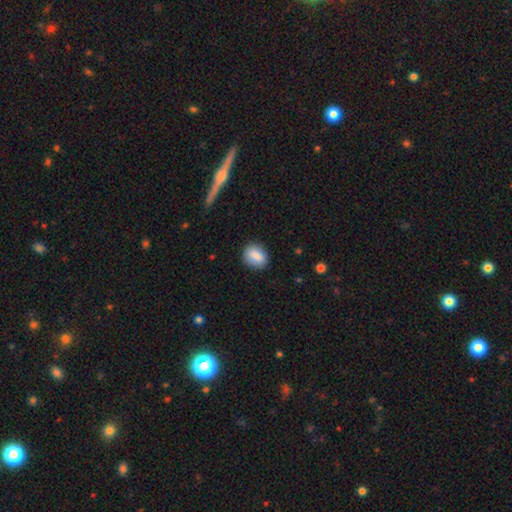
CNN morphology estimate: Smooth or featured?
  - smooth: 85% *
  - star or artifact: 8%
  - featured or disk: 7%
How rounded?
  - in between: 58% *
  - round: 40%
  - cigar-shaped: 2%
Merging?
  - none: 83% *
  - minor disturbance: 12%
  - major disturbance: 3%
  - merger: 1%